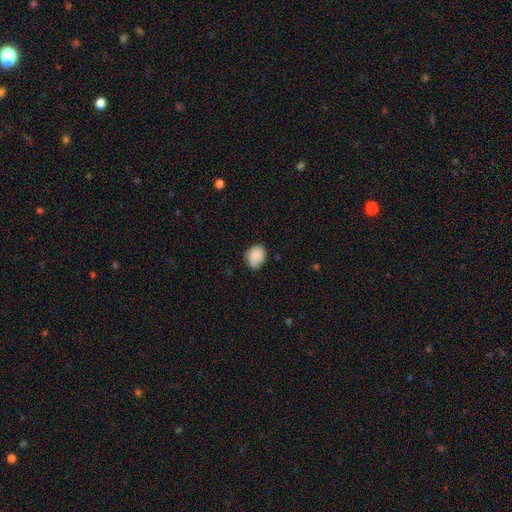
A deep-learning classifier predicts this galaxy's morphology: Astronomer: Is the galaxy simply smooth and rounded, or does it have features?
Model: smooth — 81%.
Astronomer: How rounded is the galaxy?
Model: in between — 63%.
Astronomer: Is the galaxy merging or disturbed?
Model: none — 64%.